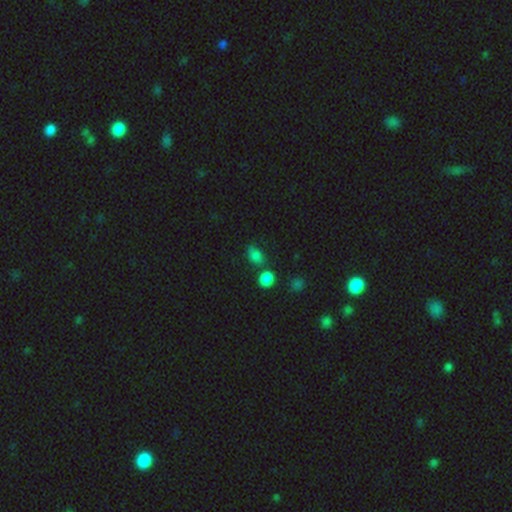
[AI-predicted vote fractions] Smooth or featured? Predicted: smooth (p=0.76). How rounded? Predicted: in between (p=0.65). Merging? Predicted: none (p=0.56).